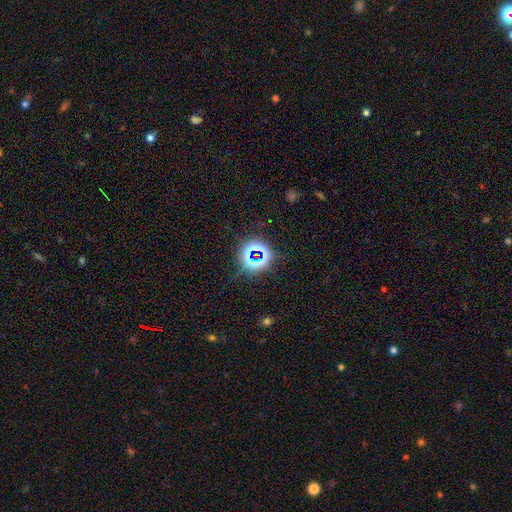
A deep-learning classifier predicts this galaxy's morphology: Smooth or featured? star or artifact (70%)